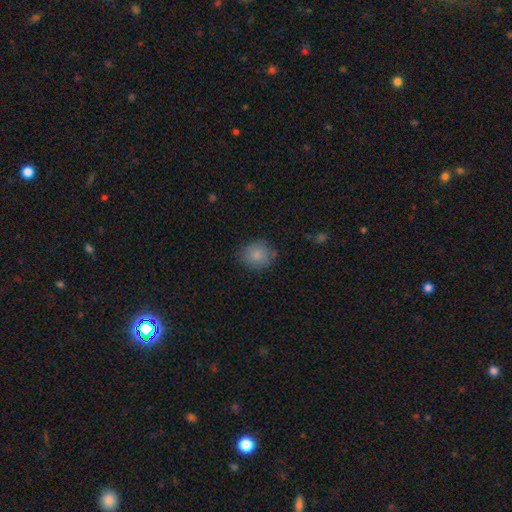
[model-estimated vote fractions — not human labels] Smooth or featured?
  - smooth: 84% *
  - star or artifact: 9%
  - featured or disk: 7%
How rounded?
  - round: 75% *
  - in between: 24%
  - cigar-shaped: 1%
Merging?
  - none: 78% *
  - minor disturbance: 17%
  - major disturbance: 4%
  - merger: 1%